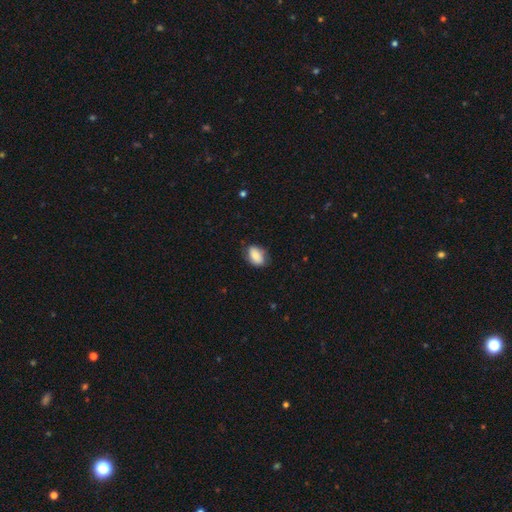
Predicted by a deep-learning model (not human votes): smooth_or_featured: smooth (p=0.80) [alt: featured or disk p=0.12]
how_rounded: in between (p=0.85) [alt: round p=0.14]
merging: none (p=0.72) [alt: minor disturbance p=0.22]